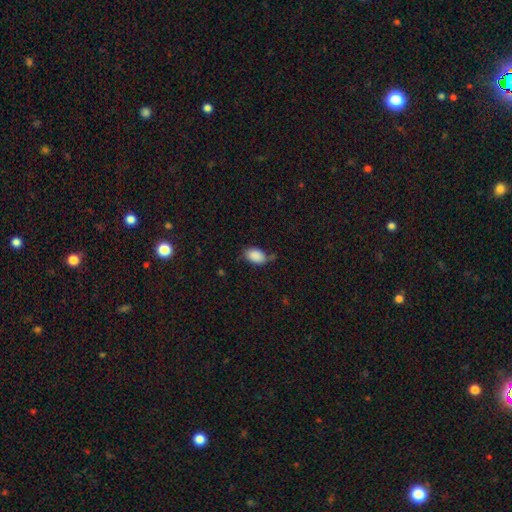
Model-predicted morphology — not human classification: This appears to be a smooth galaxy with no disk features (88%) that is in between round and cigar-shaped (89%). Merging: none (62%).